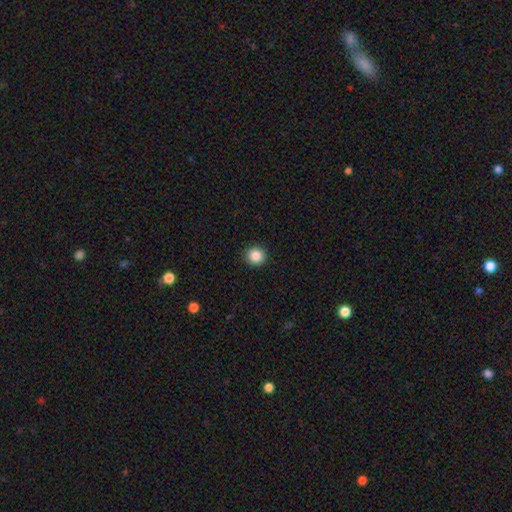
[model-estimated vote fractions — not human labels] Morphology: type=smooth (86%); roundness=round (93%); merging=none (93%).